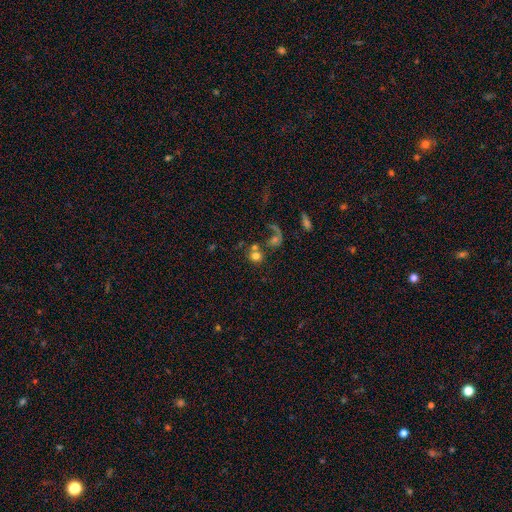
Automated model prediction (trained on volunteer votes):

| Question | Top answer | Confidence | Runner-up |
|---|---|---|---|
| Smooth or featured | smooth | 68% | featured or disk (19%) |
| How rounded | round | 83% | in between (16%) |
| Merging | none | 43% | merger (38%) |